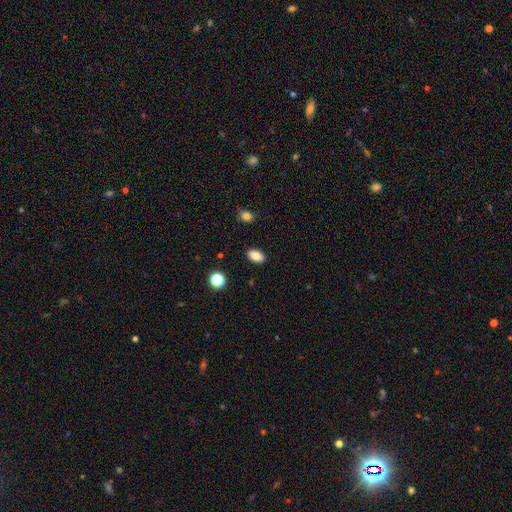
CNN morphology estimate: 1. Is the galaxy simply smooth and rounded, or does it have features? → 83% smooth, 9% star or artifact, 8% featured or disk.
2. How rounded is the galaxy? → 90% in between, 8% round, 2% cigar-shaped.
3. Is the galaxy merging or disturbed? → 88% none, 8% minor disturbance, 2% major disturbance, 1% merger.